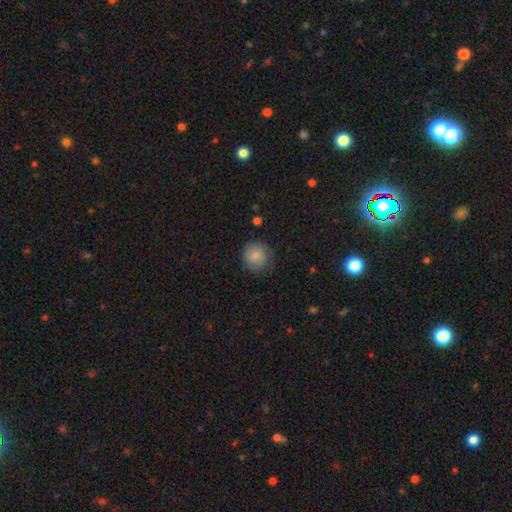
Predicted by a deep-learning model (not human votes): Morphology: type=smooth (85%); roundness=round (90%); merging=none (78%).